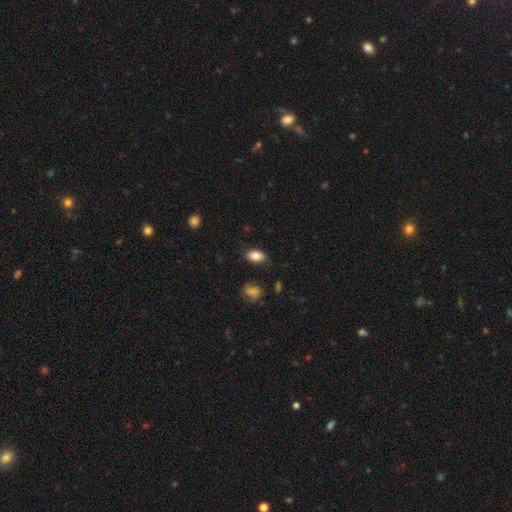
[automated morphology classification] Smooth or featured?
  - smooth: 85% *
  - star or artifact: 8%
  - featured or disk: 7%
How rounded?
  - in between: 89% *
  - round: 9%
  - cigar-shaped: 2%
Merging?
  - none: 79% *
  - minor disturbance: 16%
  - major disturbance: 4%
  - merger: 2%